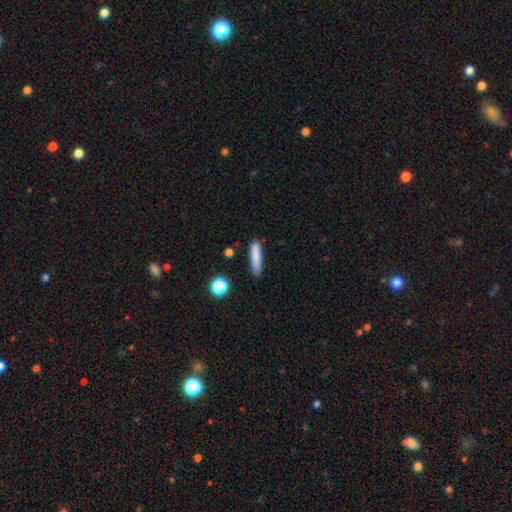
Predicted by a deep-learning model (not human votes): A smooth galaxy with no disk features (82%) that is cigar-shaped (84%).

Vote fractions:
- Smooth or featured? smooth: 82% / featured or disk: 10% / star or artifact: 8%
- How rounded? cigar-shaped: 84% / in between: 14% / round: 2%
- Merging? none: 83% / minor disturbance: 12% / major disturbance: 3% / merger: 3%